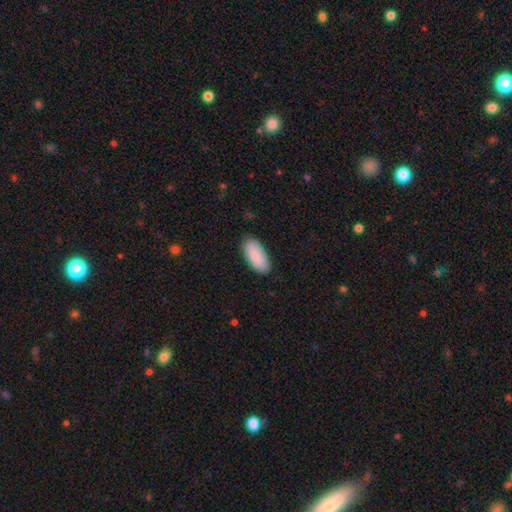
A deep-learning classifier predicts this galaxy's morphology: This appears to be a smooth galaxy with no disk features (88%) that is in between round and cigar-shaped (91%). Merging: none (84%).